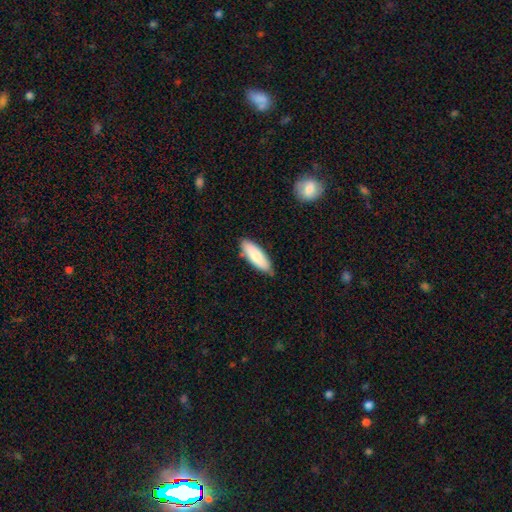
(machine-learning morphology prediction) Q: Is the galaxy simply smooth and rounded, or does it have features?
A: smooth — 82%.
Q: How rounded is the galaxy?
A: in between — 60%.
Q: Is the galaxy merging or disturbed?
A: none — 77%.